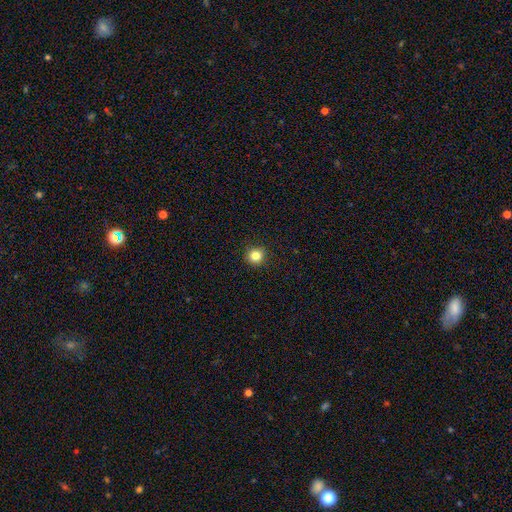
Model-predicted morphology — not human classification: Overall: smooth (83%). How rounded: round (94%). Merging: none (93%).